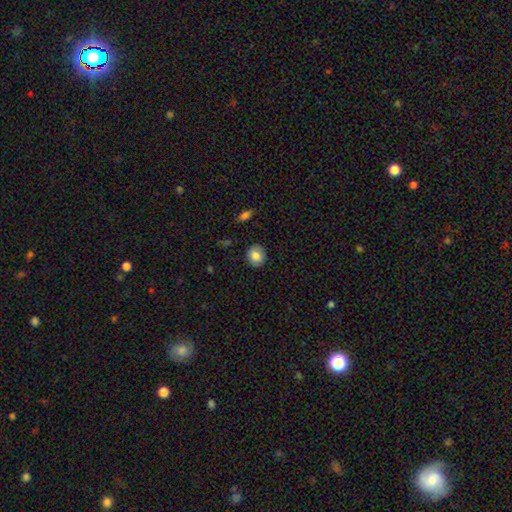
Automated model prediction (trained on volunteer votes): Smooth or featured: smooth — 82% (featured or disk — 10%)
How rounded: round — 73% (in between — 26%)
Merging: none — 88% (minor disturbance — 9%)